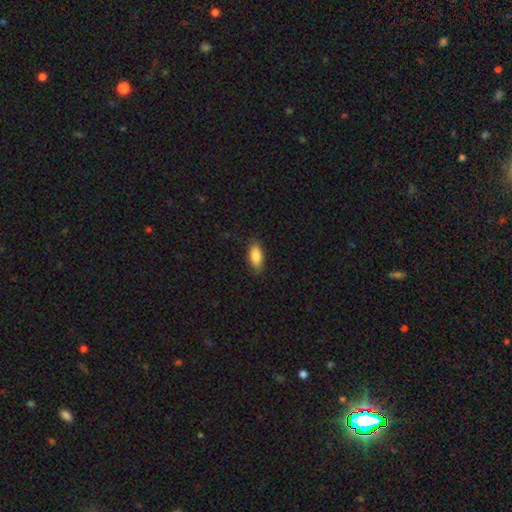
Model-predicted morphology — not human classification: smooth_or_featured: smooth (p=0.85) [alt: featured or disk p=0.09]
how_rounded: in between (p=0.82) [alt: cigar-shaped p=0.15]
merging: none (p=0.83) [alt: minor disturbance p=0.13]